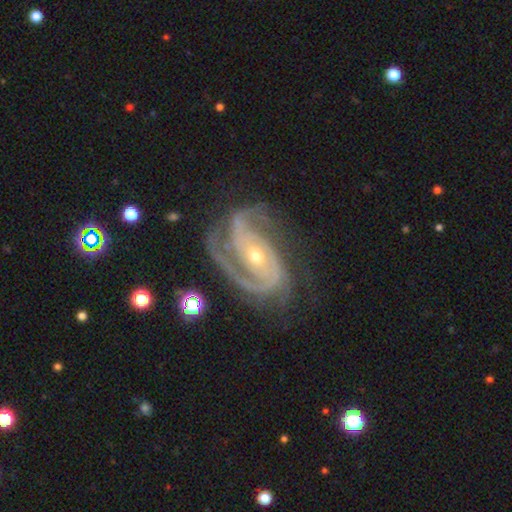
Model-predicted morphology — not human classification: Smooth or featured? Predicted: featured or disk (p=0.92). Edge-on disk? Predicted: no (p=0.97). Bar? Predicted: no (p=0.48). Spiral arms? Predicted: yes (p=0.98). Spiral winding? Predicted: tight (p=0.50). Spiral arm count? Predicted: 2 (p=0.49). Bulge size? Predicted: small (p=0.55). Merging? Predicted: none (p=0.64).